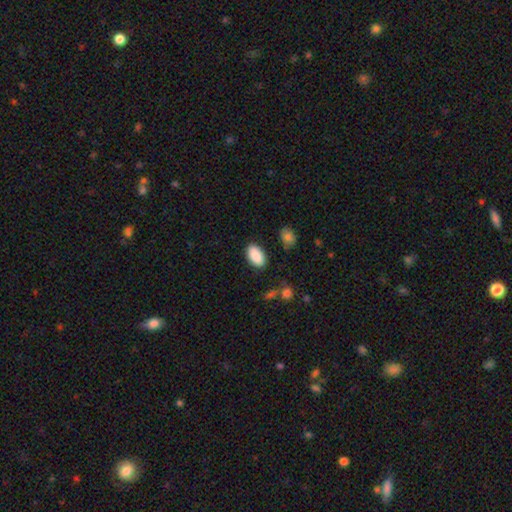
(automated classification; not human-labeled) smooth_or_featured: smooth (p=0.89) [alt: star or artifact p=0.07]
how_rounded: in between (p=0.94) [alt: round p=0.04]
merging: none (p=0.85) [alt: minor disturbance p=0.10]